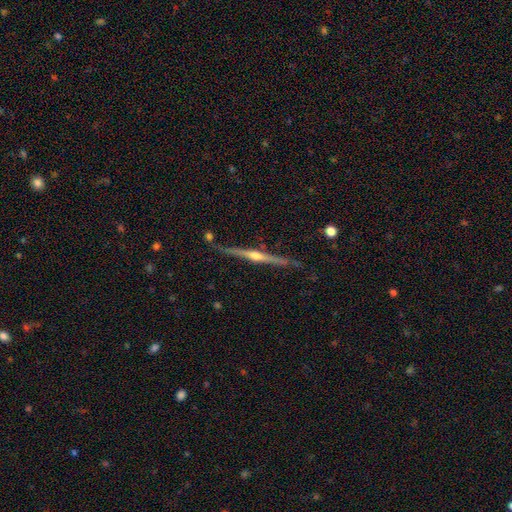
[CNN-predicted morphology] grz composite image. It shows a featured or disk galaxy (83%) viewed edge-on (98%) with a rounded central bulge (90%). Merging: none (82%).